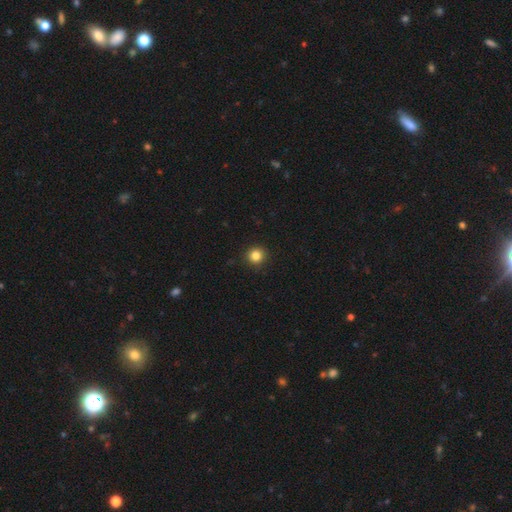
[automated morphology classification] smooth 84%, star or artifact 12%, featured or disk 4%. Down the decision tree: how rounded — round (94%); merging — none (93%).